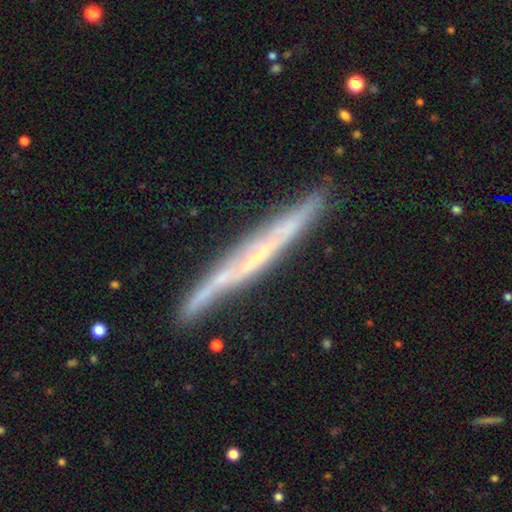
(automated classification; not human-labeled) This appears to be a featured or disk galaxy (72%) viewed edge-on (90%) with no central bulge (78%). Merging: none (78%).